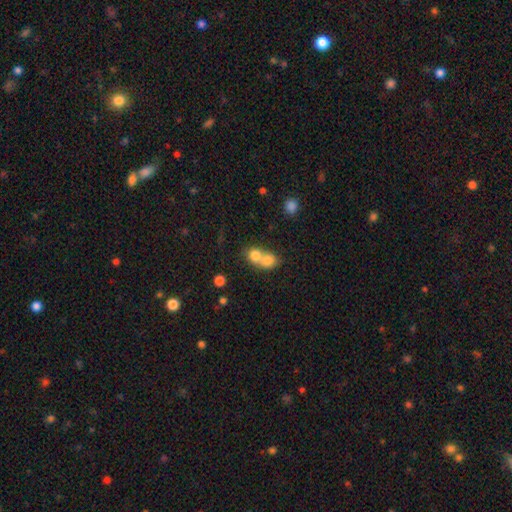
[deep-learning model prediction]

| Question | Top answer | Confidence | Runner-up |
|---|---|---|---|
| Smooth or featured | smooth | 77% | featured or disk (14%) |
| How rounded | round | 70% | in between (29%) |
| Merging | merger | 70% | none (23%) |